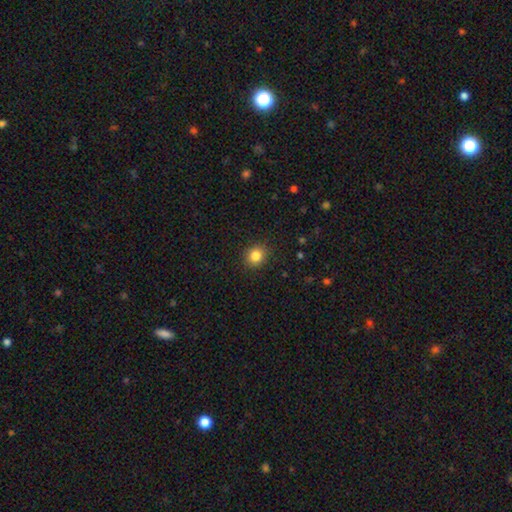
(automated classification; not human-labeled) Smooth or featured? smooth (84%)
How rounded? round (81%)
Merging? none (89%)